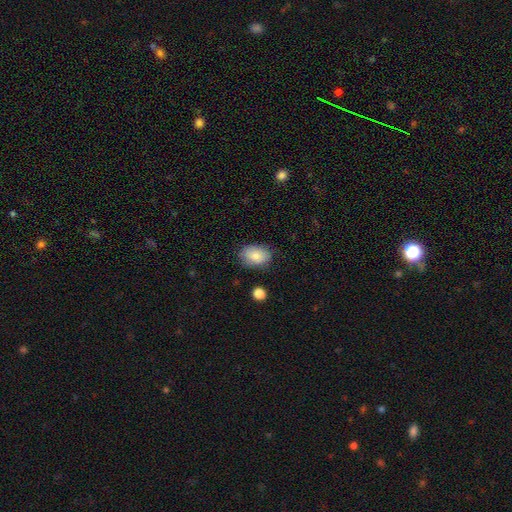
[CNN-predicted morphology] smooth_or_featured: smooth (p=0.84) [alt: featured or disk p=0.09]
how_rounded: in between (p=0.80) [alt: round p=0.19]
merging: none (p=0.79) [alt: minor disturbance p=0.16]